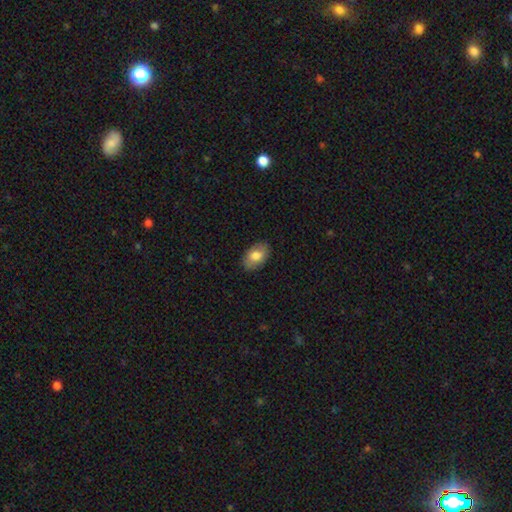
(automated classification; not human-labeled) A smooth galaxy with no disk features (76%) that is in between round and cigar-shaped (91%). Merging: none (85%).